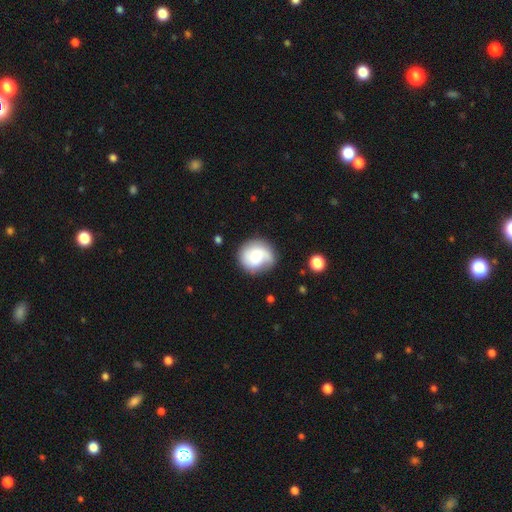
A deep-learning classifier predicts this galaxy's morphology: This appears to be a smooth galaxy with no disk features (51%) that is round (84%). Merging: none (69%).